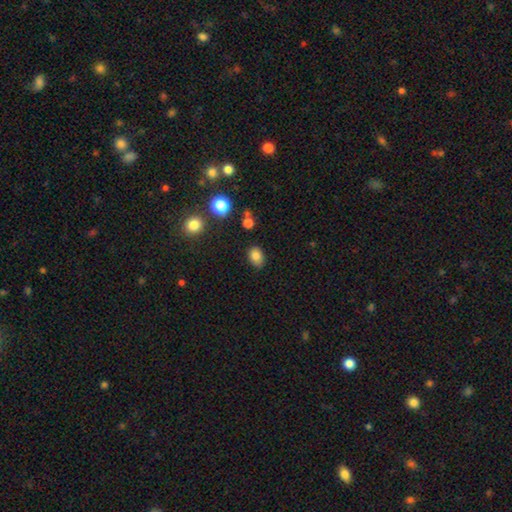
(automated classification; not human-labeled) Smooth or featured?
  - smooth: 83% *
  - star or artifact: 11%
  - featured or disk: 6%
How rounded?
  - in between: 74% *
  - round: 24%
  - cigar-shaped: 1%
Merging?
  - none: 81% *
  - minor disturbance: 14%
  - major disturbance: 3%
  - merger: 3%